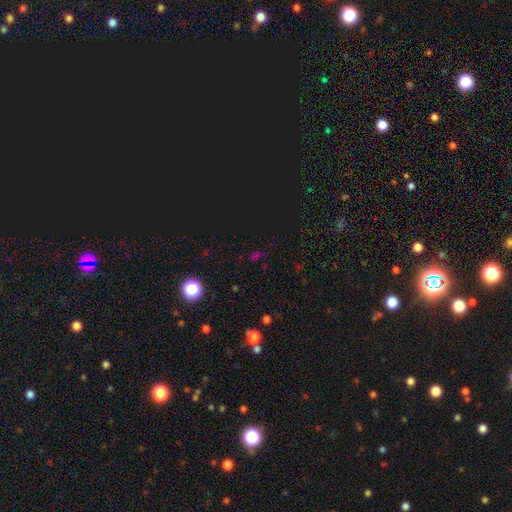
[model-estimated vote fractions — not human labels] star or artifact 65%, smooth 28%, featured or disk 7%.